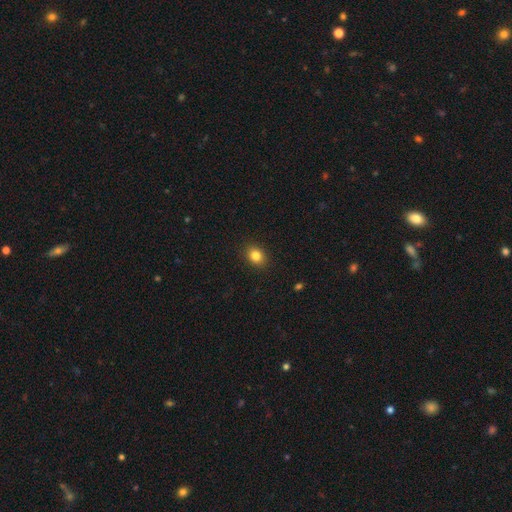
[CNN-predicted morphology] Q: Smooth or featured?
A: smooth (83%); runner-up: star or artifact (11%)
Q: How rounded?
A: in between (53%); runner-up: round (46%)
Q: Merging?
A: none (90%); runner-up: minor disturbance (7%)